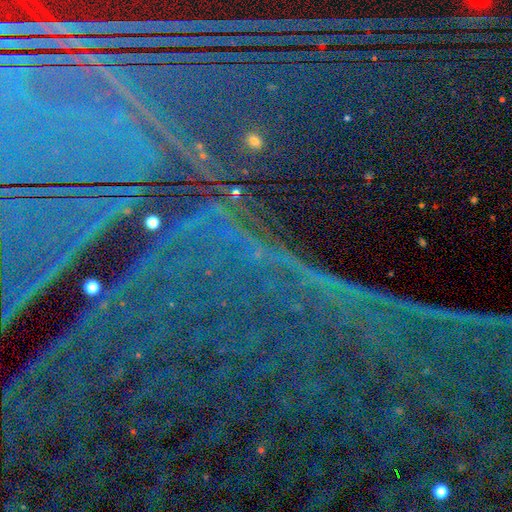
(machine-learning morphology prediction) Q: Smooth or featured?
A: star or artifact (88%); runner-up: featured or disk (6%)